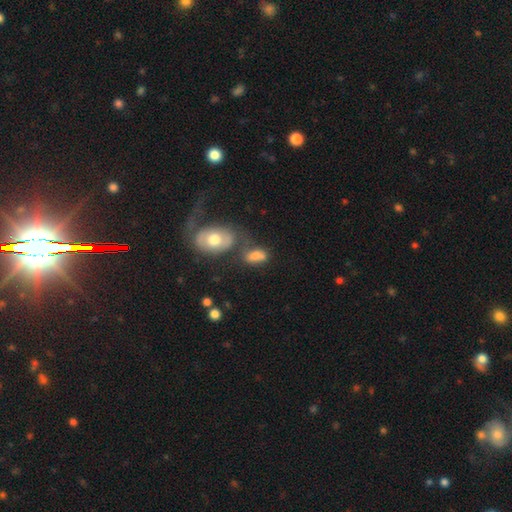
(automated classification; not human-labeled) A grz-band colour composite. It shows a smooth galaxy with no disk features (70%) that is in between round and cigar-shaped (87%). Merging: none (38%).